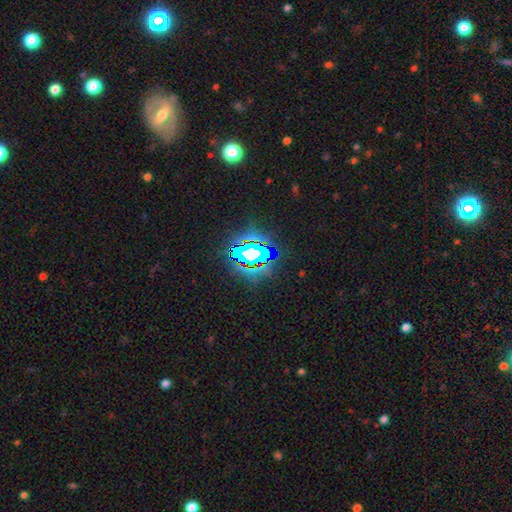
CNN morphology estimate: Q: Smooth or featured?
A: star or artifact (77%); runner-up: smooth (13%)